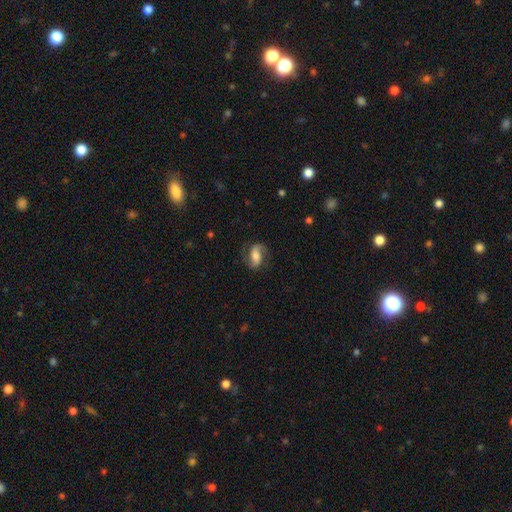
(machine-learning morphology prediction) Overall: featured or disk (67%). Edge-on disk: no (95%). Bar: weak (37%; no 35%). Spiral arms: yes (93%). Spiral arm count: 2 (86%). Spiral winding: loose (46%; medium 39%). Bulge size: moderate (49%; small 24%). Merging: none (73%).